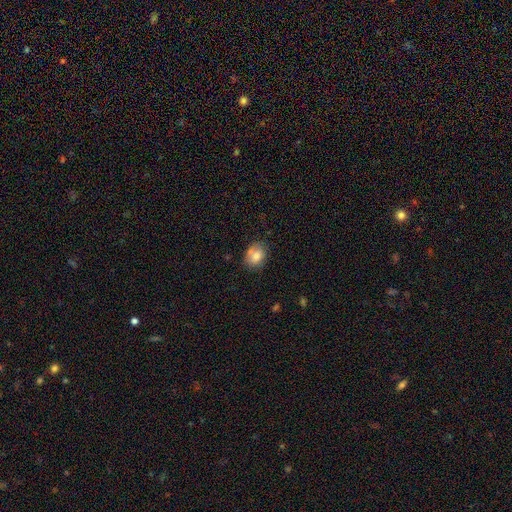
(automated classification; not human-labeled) A smooth galaxy with no disk features (79%) that is in between round and cigar-shaped (64%).

Vote fractions:
- Smooth or featured? smooth: 79% / featured or disk: 12% / star or artifact: 9%
- How rounded? in between: 64% / round: 35% / cigar-shaped: 1%
- Merging? none: 64% / minor disturbance: 22% / merger: 9% / major disturbance: 5%